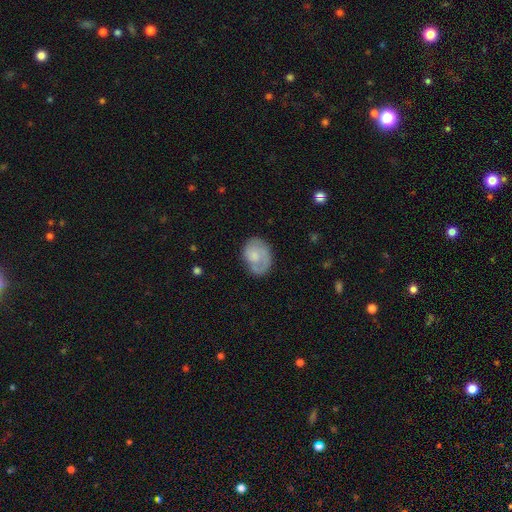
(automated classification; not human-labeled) Smooth or featured: smooth — 49% (featured or disk — 44%)
Merging: none — 61% (minor disturbance — 24%)